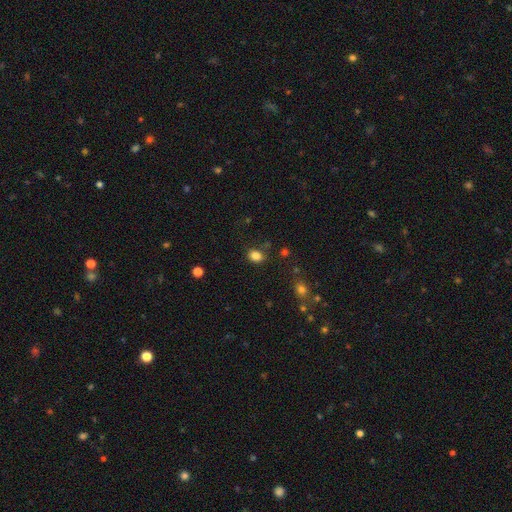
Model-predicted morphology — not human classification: Smooth or featured? smooth (83%)
How rounded? in between (58%)
Merging? none (78%)